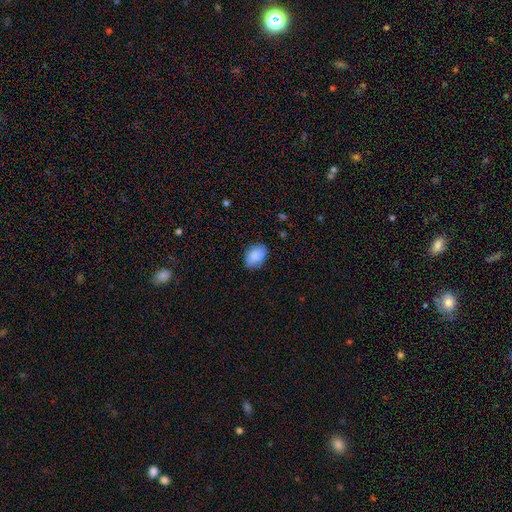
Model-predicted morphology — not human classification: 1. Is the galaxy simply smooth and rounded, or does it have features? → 81% smooth, 12% featured or disk, 7% star or artifact.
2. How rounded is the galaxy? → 77% in between, 22% round, 1% cigar-shaped.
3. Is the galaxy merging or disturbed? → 74% none, 20% minor disturbance, 4% major disturbance, 1% merger.